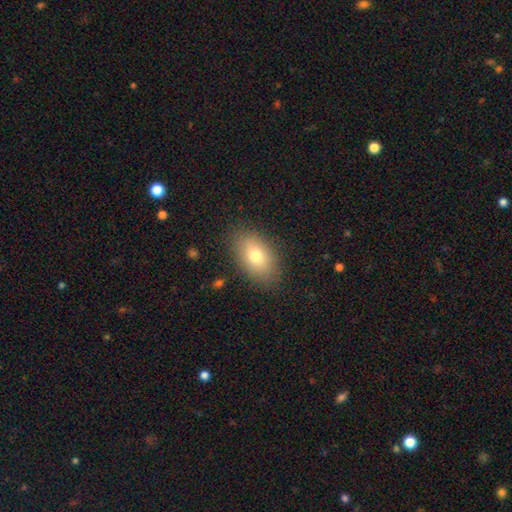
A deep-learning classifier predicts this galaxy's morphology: A smooth galaxy with no disk features (76%) that is in between round and cigar-shaped (90%).

Vote fractions:
- Smooth or featured? smooth: 76% / featured or disk: 16% / star or artifact: 9%
- How rounded? in between: 90% / round: 9% / cigar-shaped: 2%
- Merging? none: 85% / minor disturbance: 10% / major disturbance: 3% / merger: 1%